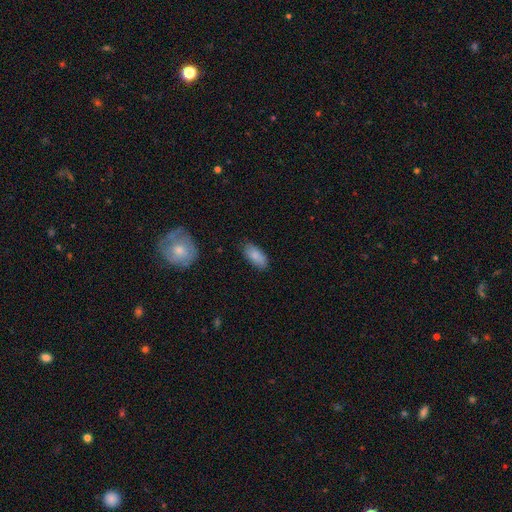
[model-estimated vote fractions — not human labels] Smooth or featured? Predicted: smooth (p=0.85). How rounded? Predicted: in between (p=0.88). Merging? Predicted: none (p=0.80).